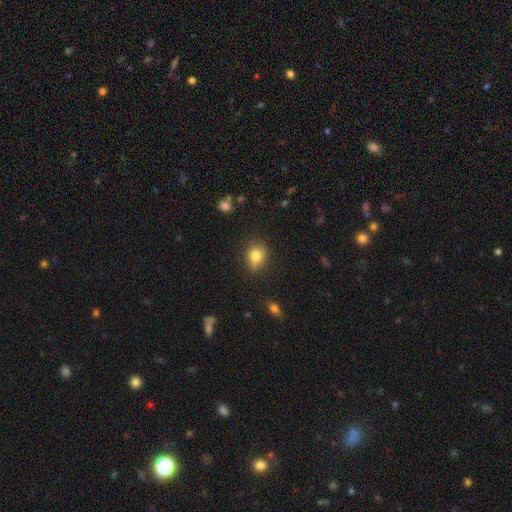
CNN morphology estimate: Q: Smooth or featured?
A: smooth (77%); runner-up: featured or disk (12%)
Q: How rounded?
A: round (55%); runner-up: in between (43%)
Q: Merging?
A: none (65%); runner-up: minor disturbance (25%)